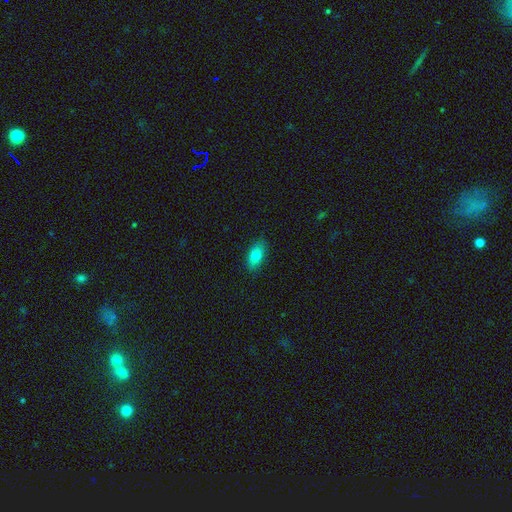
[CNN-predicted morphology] smooth-or-featured: smooth: 80% | featured or disk: 12% | star or artifact: 8%
  how-rounded: in between: 86% | cigar-shaped: 9% | round: 4%
  merging: none: 86% | minor disturbance: 11% | major disturbance: 2% | merger: 1%